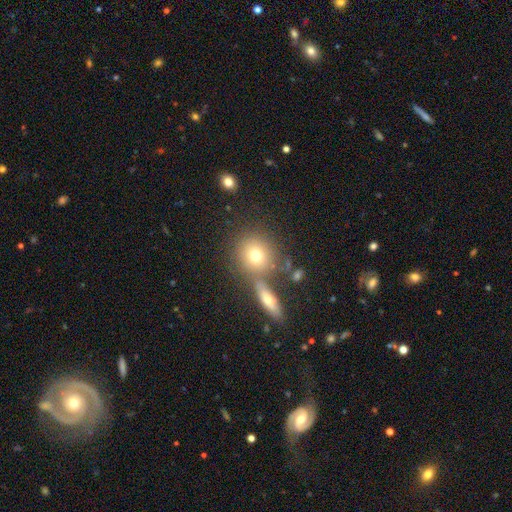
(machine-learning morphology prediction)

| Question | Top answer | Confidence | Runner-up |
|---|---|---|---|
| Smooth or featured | smooth | 72% | featured or disk (16%) |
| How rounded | round | 82% | in between (16%) |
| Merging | none | 66% | merger (20%) |